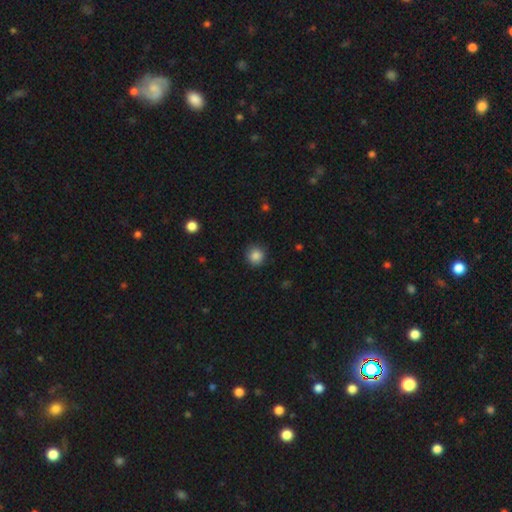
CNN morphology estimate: smooth-or-featured: smooth: 85% | star or artifact: 10% | featured or disk: 5%
  how-rounded: round: 93% | in between: 6% | cigar-shaped: 1%
  merging: none: 90% | minor disturbance: 7% | major disturbance: 2% | merger: 1%